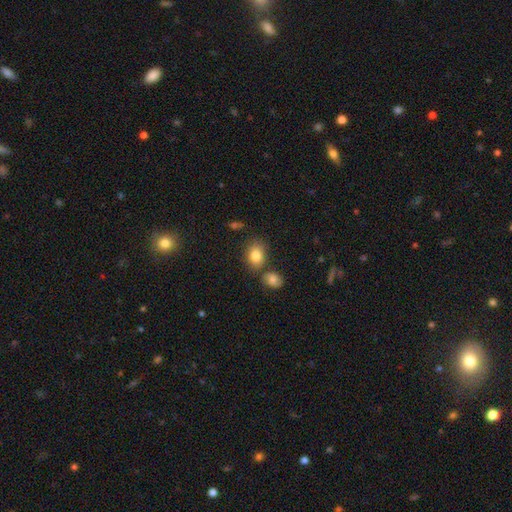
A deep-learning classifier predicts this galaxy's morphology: type=smooth (83%); roundness=in between (66%); merging=none (69%).